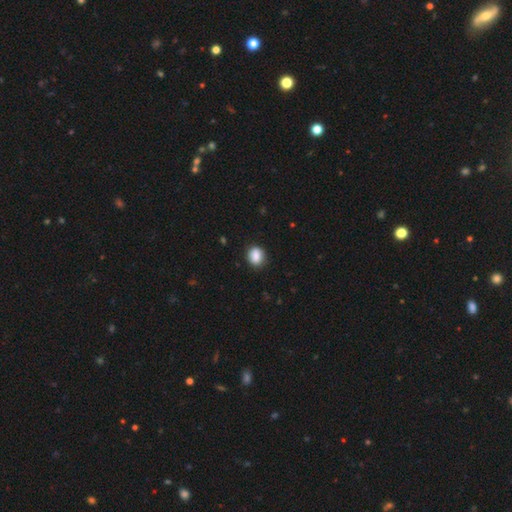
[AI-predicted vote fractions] A smooth galaxy with no disk features (86%) that is round (57%). Merging: none (85%).